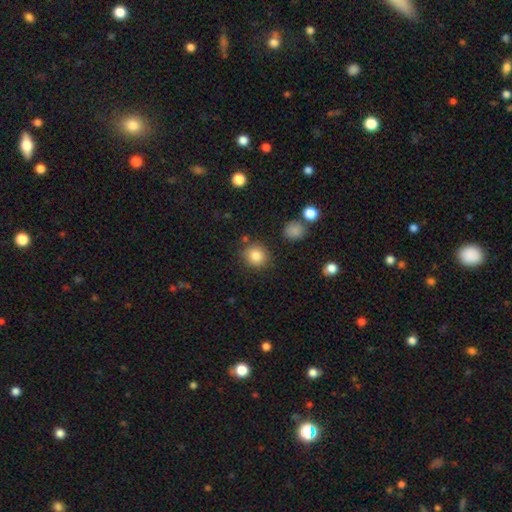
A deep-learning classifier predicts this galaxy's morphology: This is clearly a smooth galaxy (84%). How rounded: clearly round (83%). Merging: clearly none (83%).